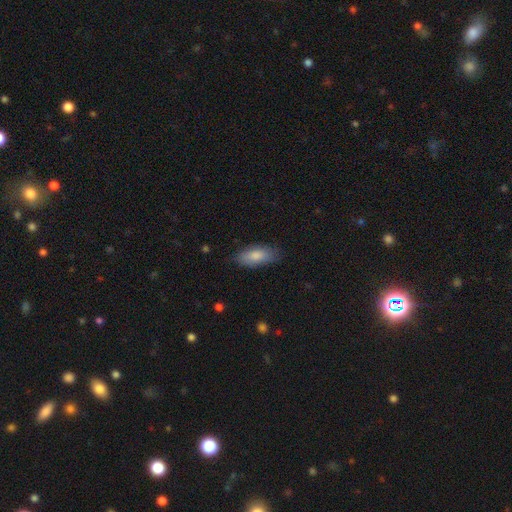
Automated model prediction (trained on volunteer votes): smooth 84%, featured or disk 11%, star or artifact 6%. Down the decision tree: how rounded — in between (81%); merging — none (79%).